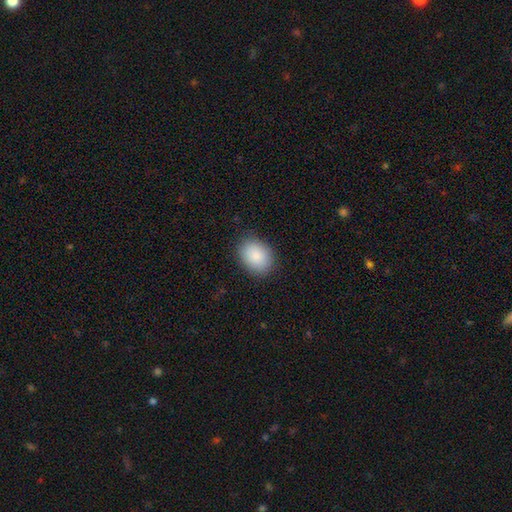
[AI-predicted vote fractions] Overall: smooth (87%). How rounded: in between (66%; round 34%). Merging: none (86%).